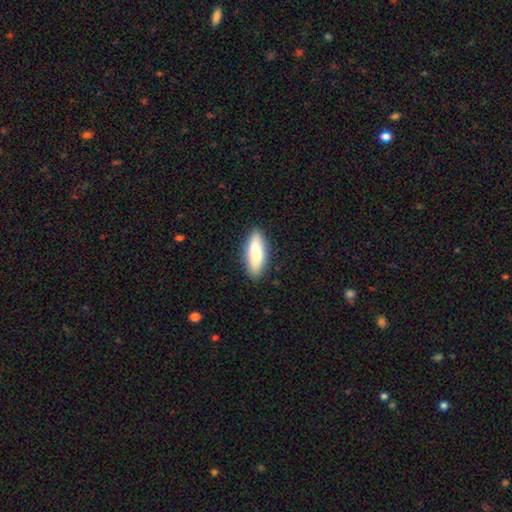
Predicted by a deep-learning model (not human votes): smooth-or-featured: smooth: 83% | featured or disk: 12% | star or artifact: 6%
  how-rounded: in between: 64% | cigar-shaped: 34% | round: 2%
  merging: none: 87% | minor disturbance: 10% | major disturbance: 2% | merger: 1%